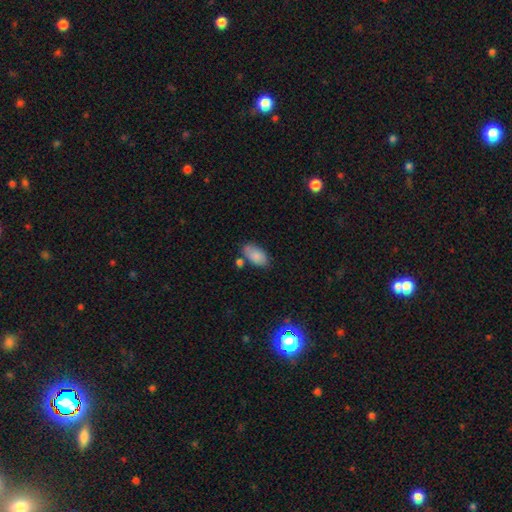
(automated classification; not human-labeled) Smooth or featured? Predicted: smooth (p=0.85). How rounded? Predicted: in between (p=0.94). Merging? Predicted: none (p=0.67).